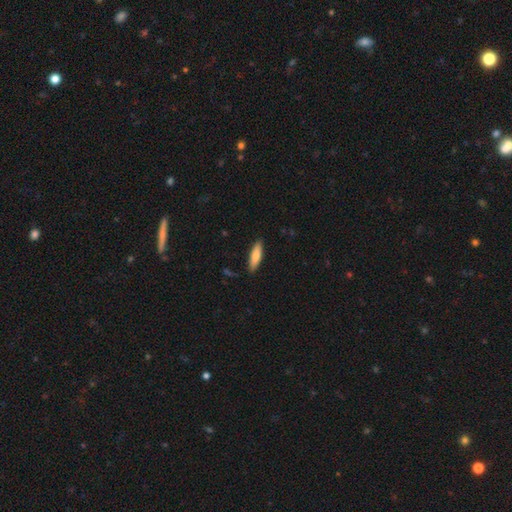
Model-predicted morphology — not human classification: The model was most divided on "how rounded": cigar-shaped: 68%, in between: 31%, round: 2%. More confident: merging — none (88%); smooth or featured — smooth (77%).